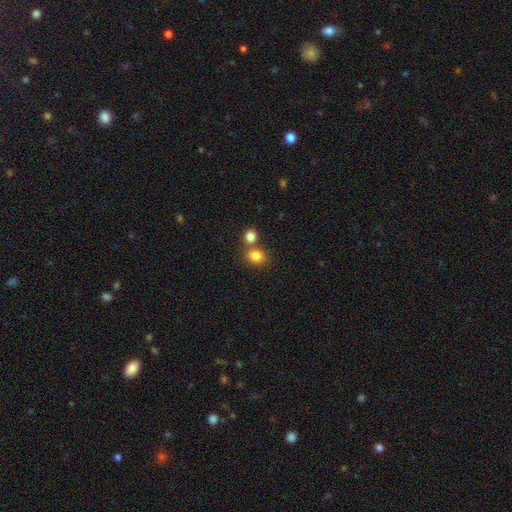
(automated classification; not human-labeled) smooth 83%, star or artifact 11%, featured or disk 6%. Down the decision tree: how rounded — round (59%); merging — none (57%).